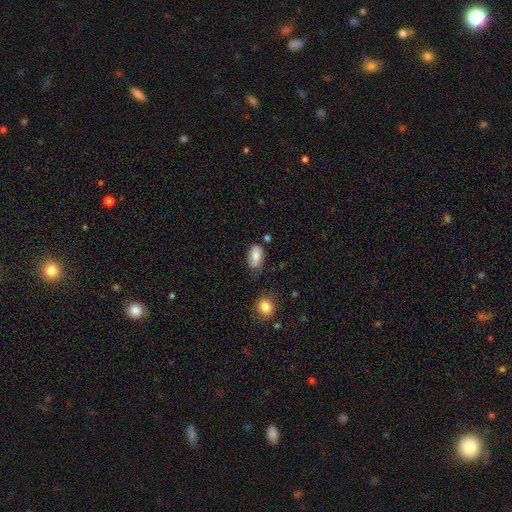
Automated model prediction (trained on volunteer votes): This is likely a smooth galaxy (72%). How rounded: clearly in between (92%). Merging: possibly none (54%).